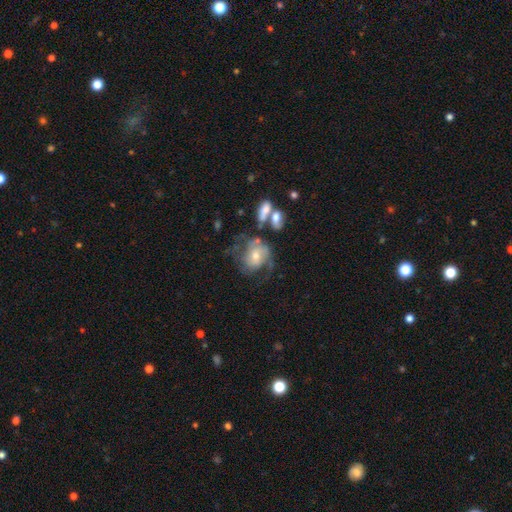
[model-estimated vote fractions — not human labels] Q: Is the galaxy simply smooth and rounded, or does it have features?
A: featured or disk — 57%.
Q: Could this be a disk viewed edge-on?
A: no — 96%.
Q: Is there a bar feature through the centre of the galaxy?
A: no — 71%.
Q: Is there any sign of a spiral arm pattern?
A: yes — 69%.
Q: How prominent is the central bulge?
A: moderate — 56%.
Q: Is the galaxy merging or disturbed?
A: none — 34%.